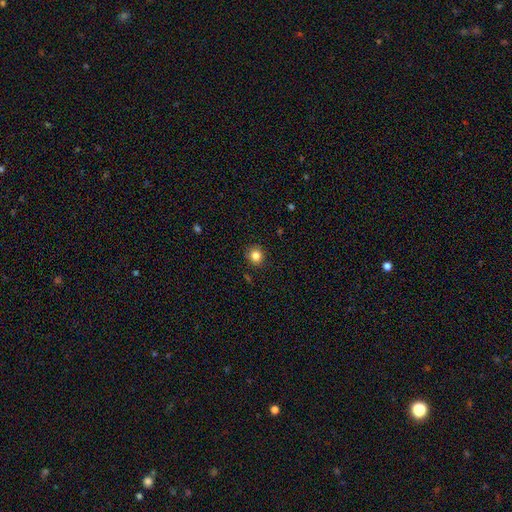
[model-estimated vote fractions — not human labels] Q: Smooth or featured?
A: smooth (83%); runner-up: star or artifact (12%)
Q: How rounded?
A: round (91%); runner-up: in between (8%)
Q: Merging?
A: none (91%); runner-up: minor disturbance (6%)